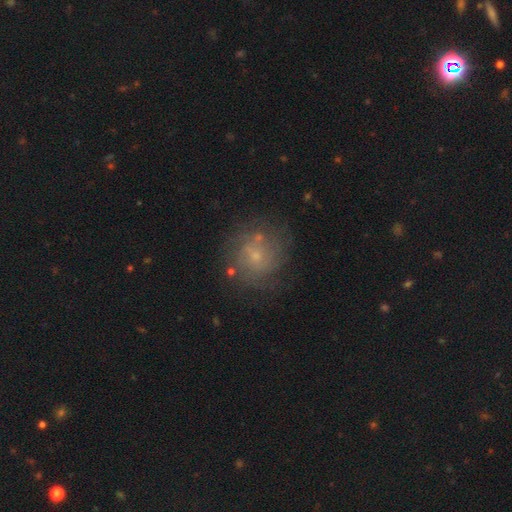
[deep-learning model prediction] A featured or disk galaxy (48%). Merging: none (70%).